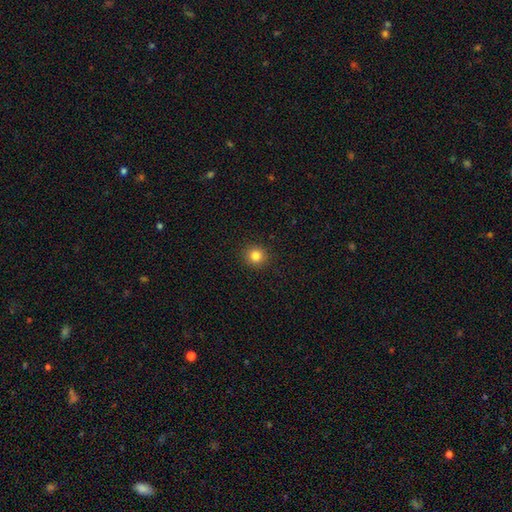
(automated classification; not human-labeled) Overall: smooth (83%). How rounded: round (92%). Merging: none (92%).